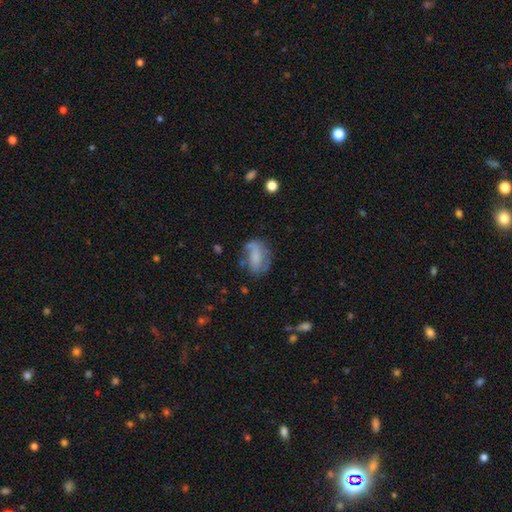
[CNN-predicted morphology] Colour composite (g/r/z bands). It shows a smooth galaxy with no disk features (49%). Merging: none (47%).